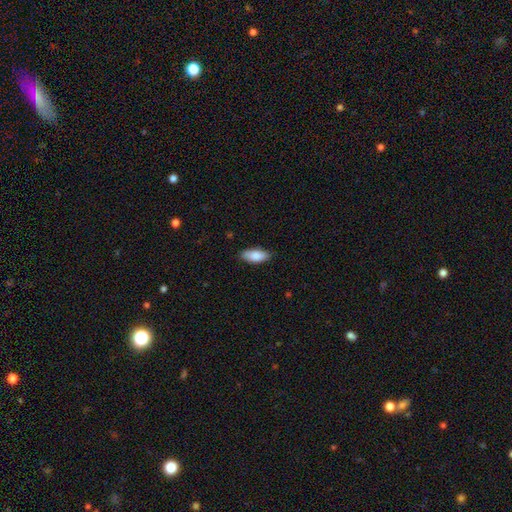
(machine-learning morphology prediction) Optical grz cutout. It shows a smooth galaxy with no disk features (85%) that is in between round and cigar-shaped (83%). Merging: none (84%).